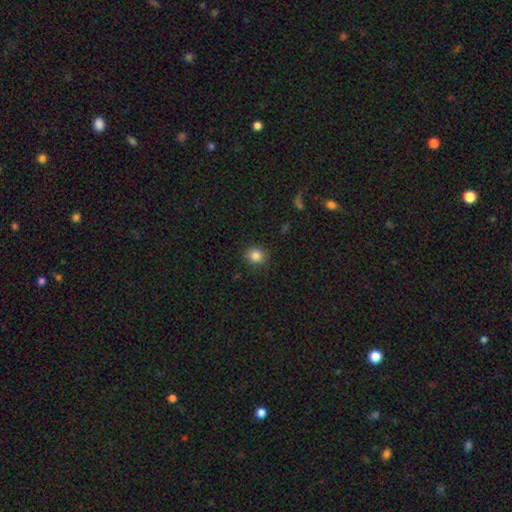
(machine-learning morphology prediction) smooth_or_featured: smooth (p=0.84) [alt: star or artifact p=0.11]
how_rounded: round (p=0.77) [alt: in between p=0.22]
merging: none (p=0.89) [alt: minor disturbance p=0.08]